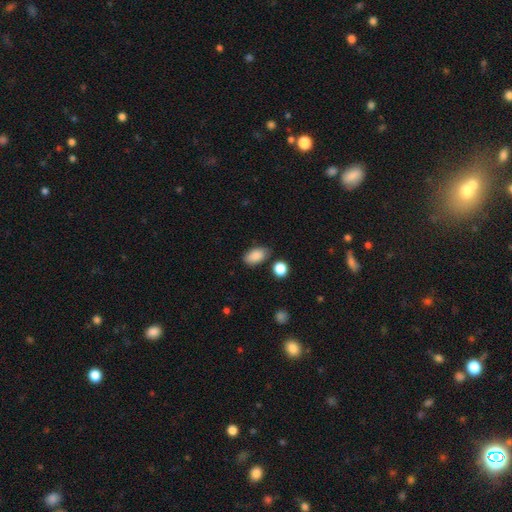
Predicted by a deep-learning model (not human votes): Smooth or featured? smooth (88%)
How rounded? in between (91%)
Merging? none (77%)